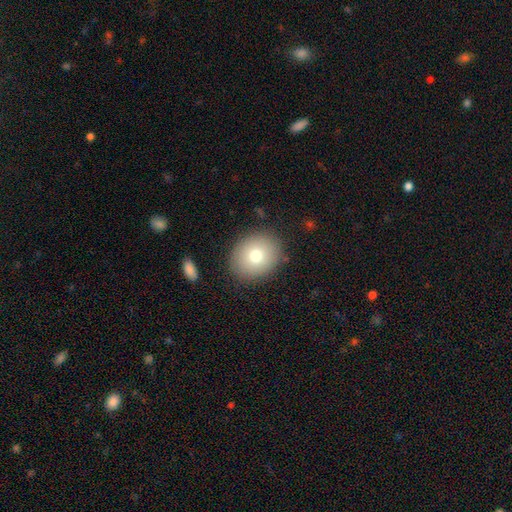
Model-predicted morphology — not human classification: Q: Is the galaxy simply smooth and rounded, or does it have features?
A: smooth — 76%.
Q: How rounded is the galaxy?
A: round — 56%.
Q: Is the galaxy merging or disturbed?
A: none — 86%.